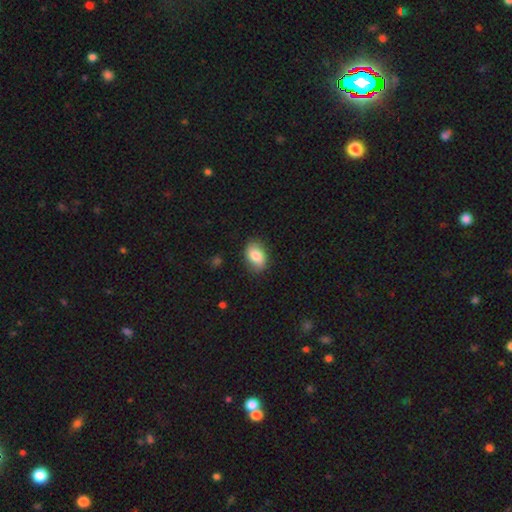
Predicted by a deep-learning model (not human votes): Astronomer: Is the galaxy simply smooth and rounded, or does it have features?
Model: smooth — 83%.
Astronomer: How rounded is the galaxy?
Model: in between — 85%.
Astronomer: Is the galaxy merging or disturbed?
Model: none — 83%.